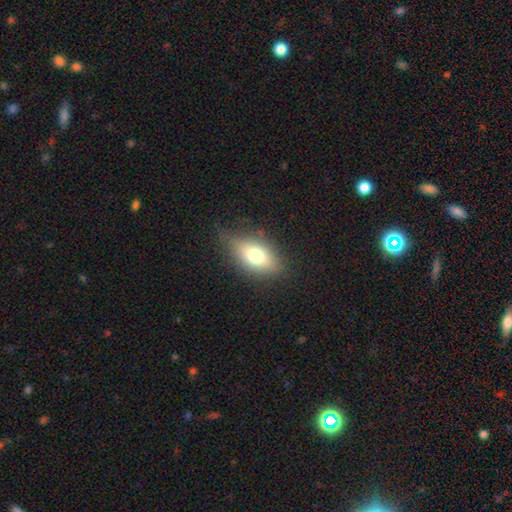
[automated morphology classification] Smooth or featured? Predicted: smooth (p=0.69). How rounded? Predicted: in between (p=0.83). Merging? Predicted: none (p=0.71).